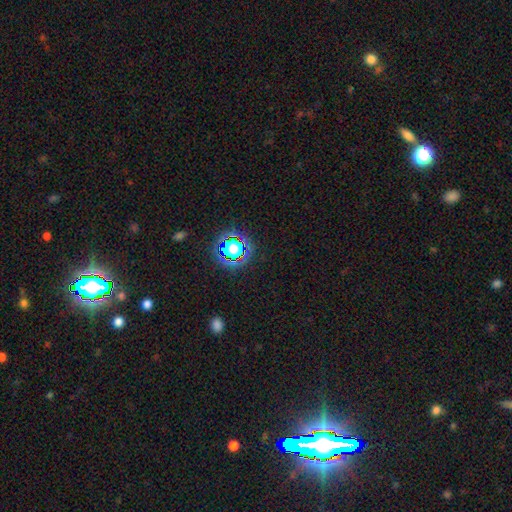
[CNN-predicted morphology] A star or artifact, not a galaxy (79%).